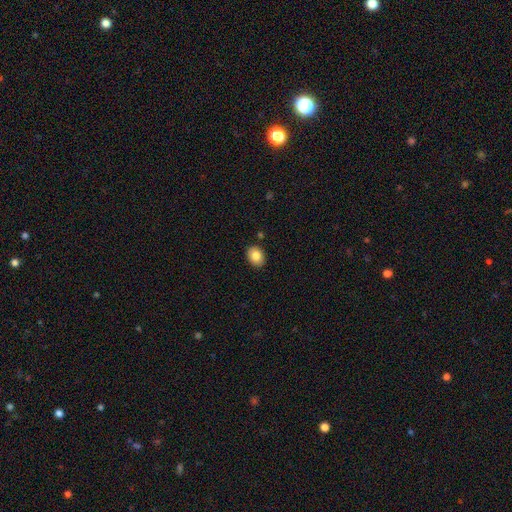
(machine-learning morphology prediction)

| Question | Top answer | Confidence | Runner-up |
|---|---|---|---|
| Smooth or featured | smooth | 83% | featured or disk (9%) |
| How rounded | in between | 66% | round (33%) |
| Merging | none | 89% | minor disturbance (8%) |